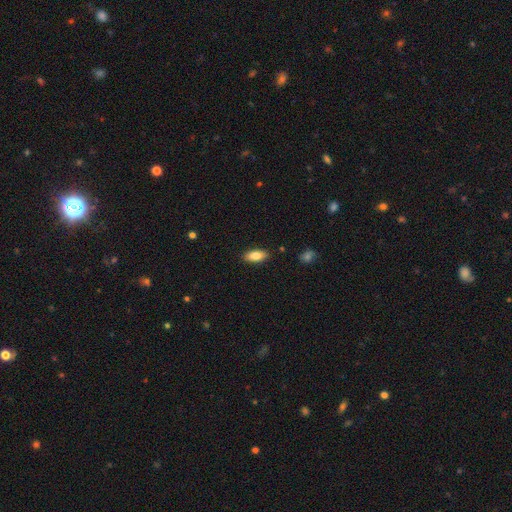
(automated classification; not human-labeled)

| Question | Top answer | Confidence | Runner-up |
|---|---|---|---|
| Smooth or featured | smooth | 82% | featured or disk (11%) |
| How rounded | in between | 84% | cigar-shaped (13%) |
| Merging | none | 88% | minor disturbance (9%) |